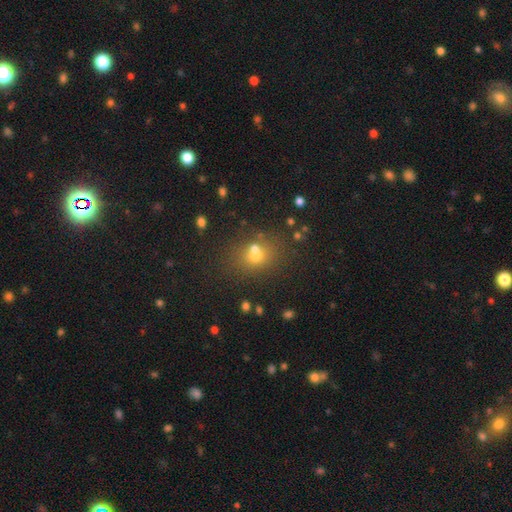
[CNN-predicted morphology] Smooth or featured? Predicted: smooth (p=0.59). How rounded? Predicted: round (p=0.60). Merging? Predicted: none (p=0.52).